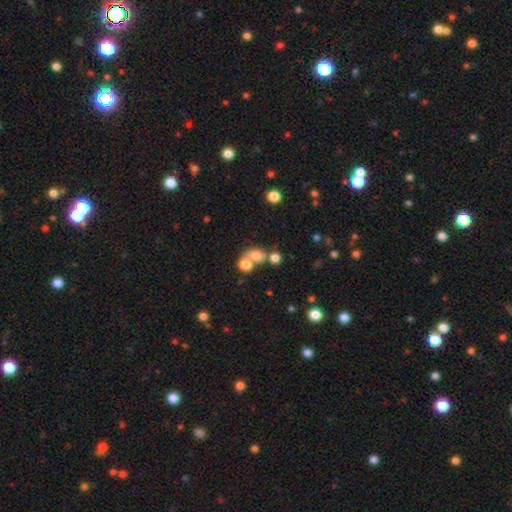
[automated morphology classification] Overall: smooth (73%). How rounded: round (51%; in between 48%). Merging: merger (46%; none 37%).